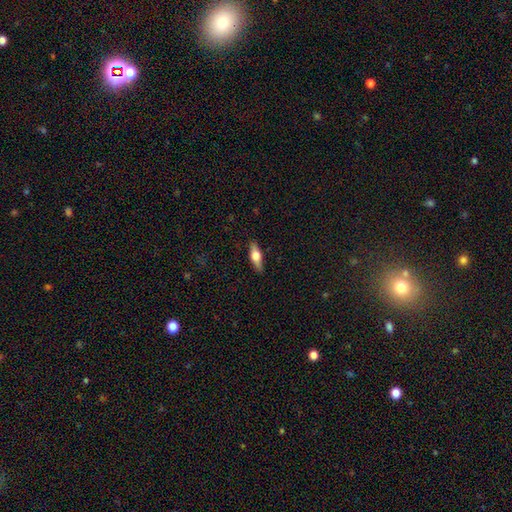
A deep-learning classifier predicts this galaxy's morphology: Overall: smooth (51%; featured or disk 43%). How rounded: in between (50%; cigar-shaped 46%). Merging: none (87%).